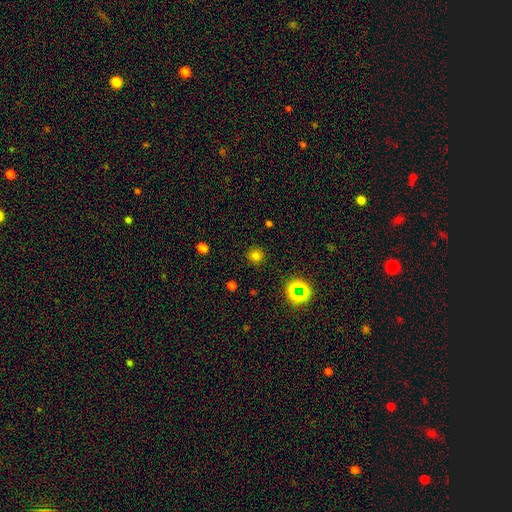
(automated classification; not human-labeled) A smooth galaxy with no disk features (74%) that is round (93%). Merging: none (89%).